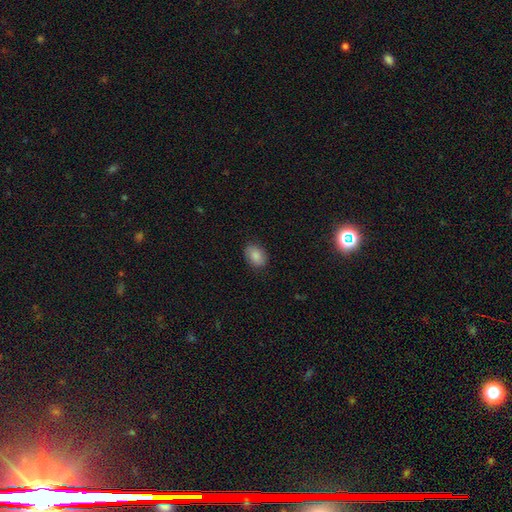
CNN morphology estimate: smooth-or-featured: smooth: 85% | featured or disk: 8% | star or artifact: 8%
  how-rounded: in between: 77% | round: 22% | cigar-shaped: 1%
  merging: none: 85% | minor disturbance: 12% | major disturbance: 3% | merger: 1%